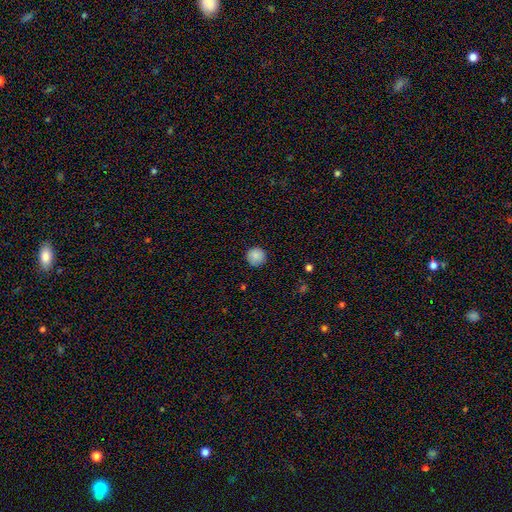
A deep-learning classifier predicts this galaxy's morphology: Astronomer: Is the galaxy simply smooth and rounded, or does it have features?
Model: smooth — 86%.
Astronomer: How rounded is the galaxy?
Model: round — 95%.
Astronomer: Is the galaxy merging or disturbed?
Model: none — 90%.